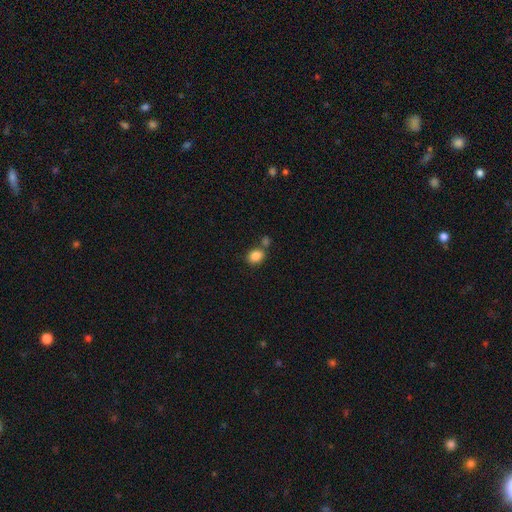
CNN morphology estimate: Overall: smooth (85%). How rounded: in between (60%; round 39%). Merging: none (59%; merger 25%).